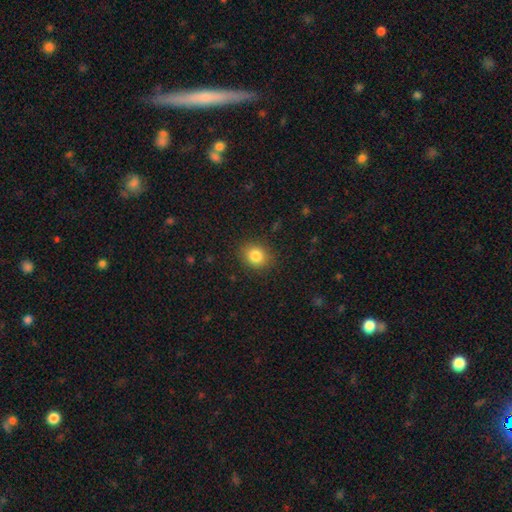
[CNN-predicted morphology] Smooth or featured? Predicted: smooth (p=0.83). How rounded? Predicted: round (p=0.67). Merging? Predicted: none (p=0.88).